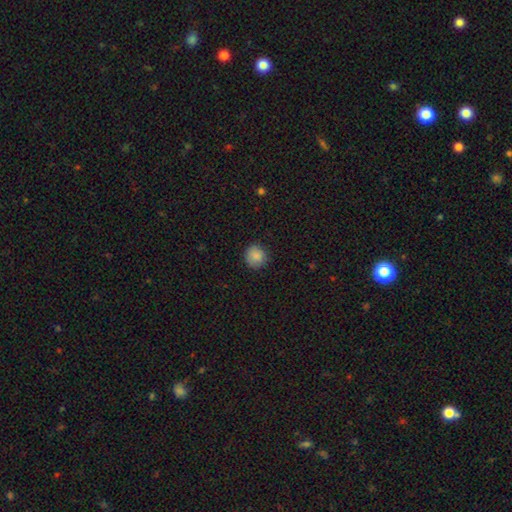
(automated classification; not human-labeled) Q: Smooth or featured?
A: smooth (87%); runner-up: star or artifact (9%)
Q: How rounded?
A: round (90%); runner-up: in between (9%)
Q: Merging?
A: none (87%); runner-up: minor disturbance (10%)